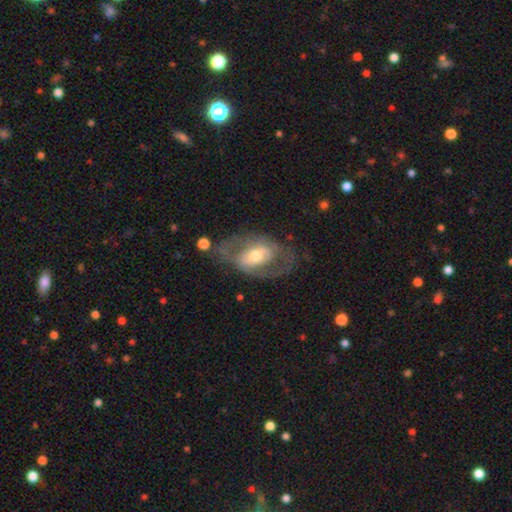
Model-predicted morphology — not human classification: Smooth or featured? Predicted: featured or disk (p=0.67). Edge-on disk? Predicted: no (p=0.92). Bar? Predicted: no (p=0.46). Spiral arms? Predicted: no (p=0.51). Bulge size? Predicted: moderate (p=0.66). Merging? Predicted: none (p=0.59).